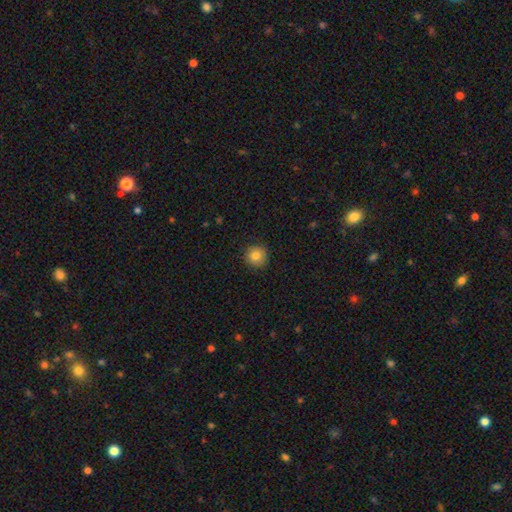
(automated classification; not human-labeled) smooth_or_featured: smooth (p=0.82) [alt: star or artifact p=0.11]
how_rounded: round (p=0.94) [alt: in between p=0.05]
merging: none (p=0.90) [alt: minor disturbance p=0.07]